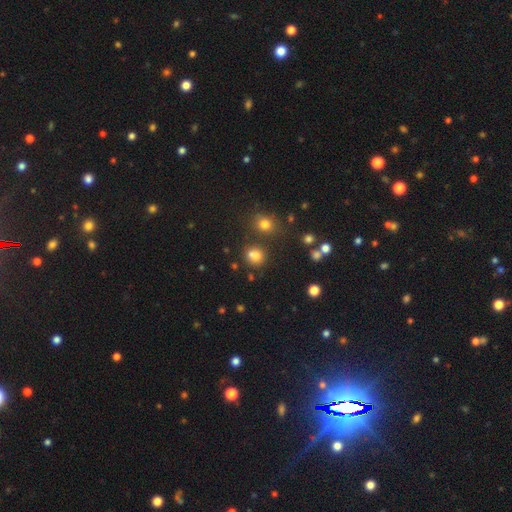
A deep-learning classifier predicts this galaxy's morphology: Smooth or featured? smooth (76%)
How rounded? round (71%)
Merging? none (65%)